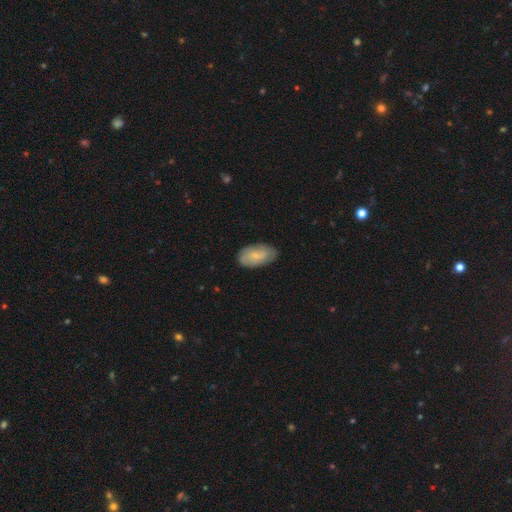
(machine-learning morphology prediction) Overall: smooth (63%; featured or disk 31%). How rounded: in between (94%). Merging: none (77%).